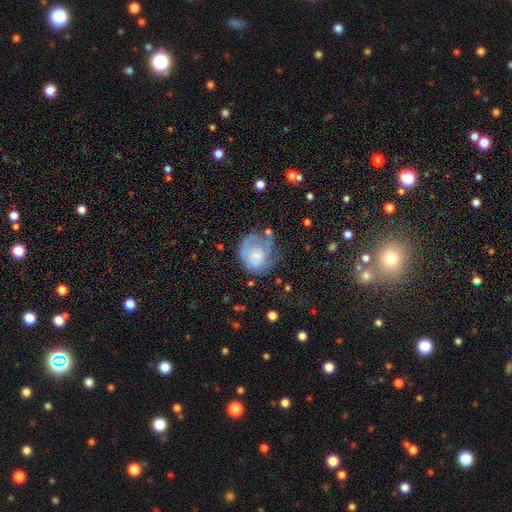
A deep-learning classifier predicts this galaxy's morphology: Overall: featured or disk (56%; smooth 36%). Edge-on disk: no (98%). Bar: no (81%). Spiral arms: yes (65%; no 35%). Bulge size: small (53%; moderate 27%). Merging: none (34%, tied with major disturbance).